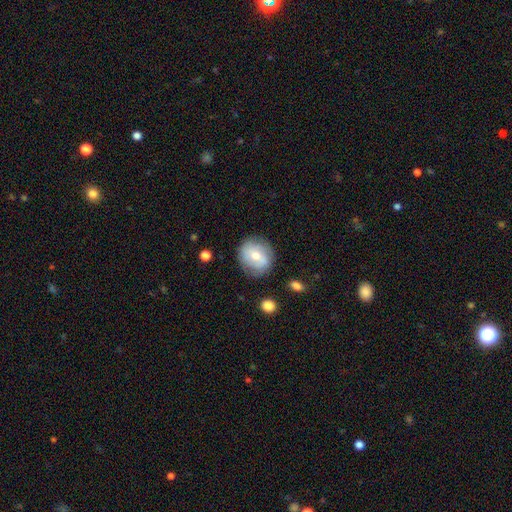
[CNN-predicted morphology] This is possibly a smooth galaxy (55%). How rounded: clearly round (84%). Merging: likely none (80%).